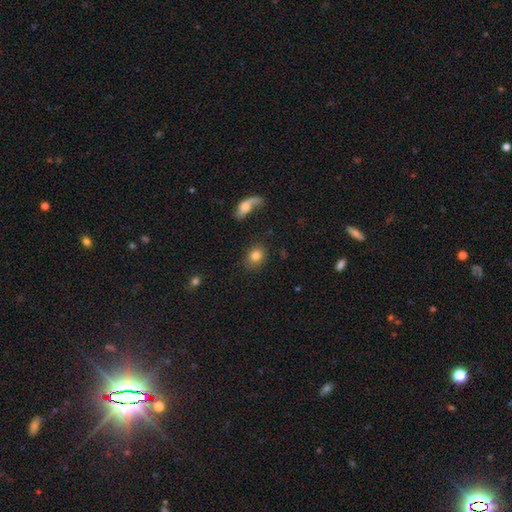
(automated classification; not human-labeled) Smooth or featured?
  - smooth: 82% *
  - featured or disk: 9%
  - star or artifact: 9%
How rounded?
  - round: 60% *
  - in between: 38%
  - cigar-shaped: 2%
Merging?
  - none: 82% *
  - minor disturbance: 10%
  - major disturbance: 4%
  - merger: 4%